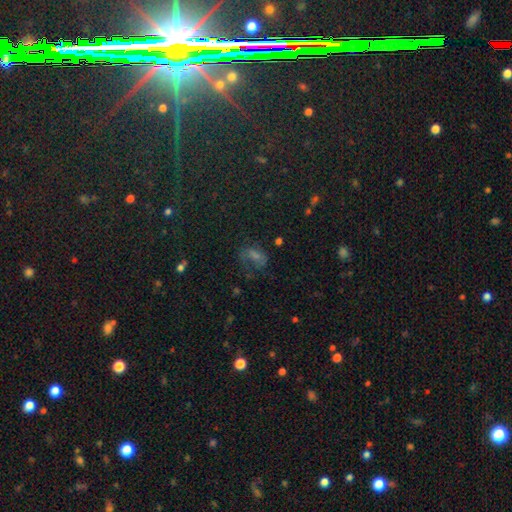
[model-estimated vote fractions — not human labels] Morphology: type=star or artifact (42%).